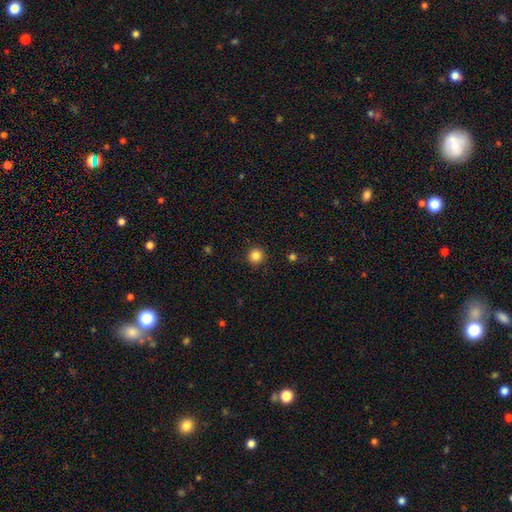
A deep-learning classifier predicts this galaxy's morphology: This appears to be a smooth galaxy with no disk features (84%) that is round (95%). Merging: none (92%).